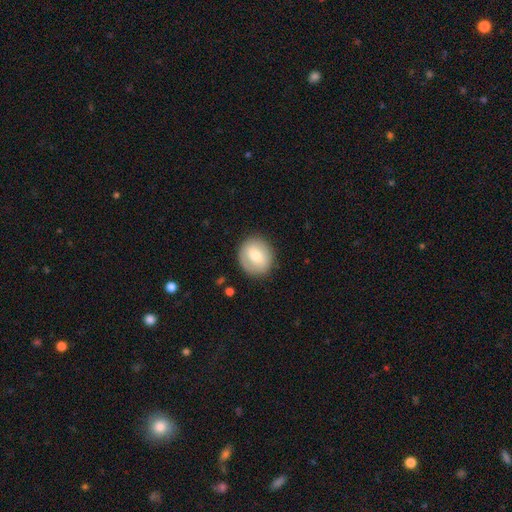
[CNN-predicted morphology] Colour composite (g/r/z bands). It shows a smooth galaxy with no disk features (65%) that is round (81%). Merging: none (86%).